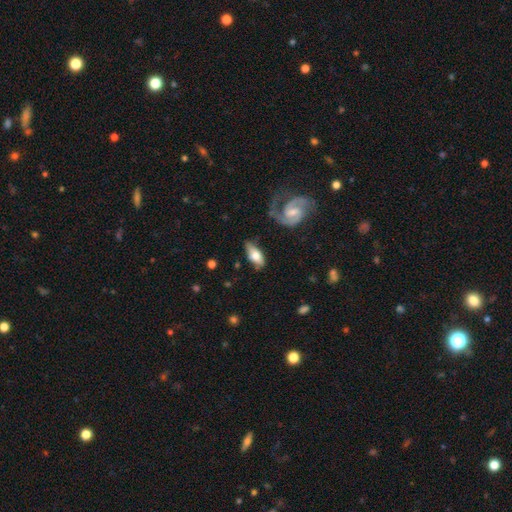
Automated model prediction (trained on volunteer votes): Smooth or featured: smooth — 54% (featured or disk — 40%)
How rounded: in between — 81% (cigar-shaped — 15%)
Merging: none — 59% (minor disturbance — 26%)